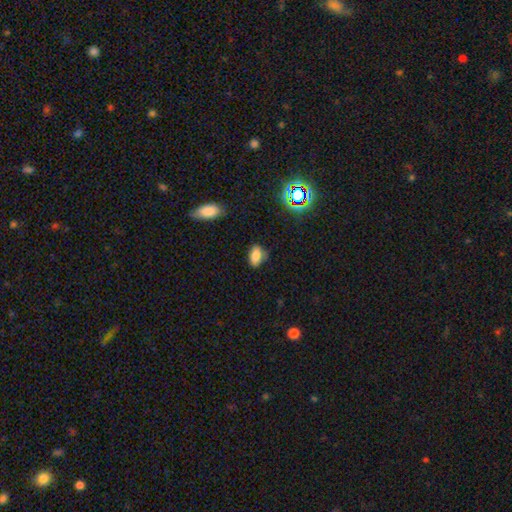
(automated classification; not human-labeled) Q: Smooth or featured?
A: smooth (78%); runner-up: star or artifact (13%)
Q: How rounded?
A: in between (88%); runner-up: round (10%)
Q: Merging?
A: none (71%); runner-up: minor disturbance (23%)